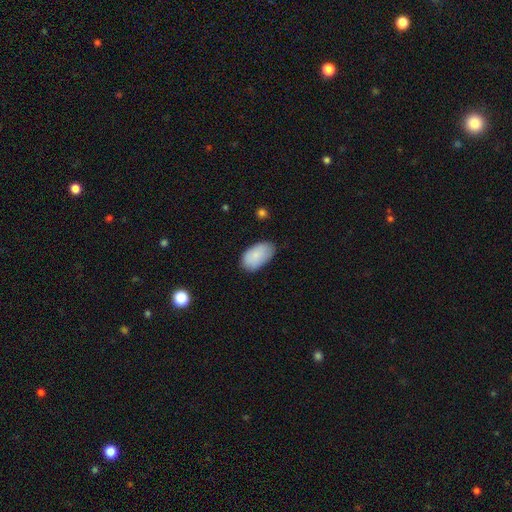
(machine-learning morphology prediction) The model was most divided on "merging": none: 74%, minor disturbance: 21%, major disturbance: 4%, merger: 1%. More confident: how rounded — in between (95%); smooth or featured — smooth (84%).